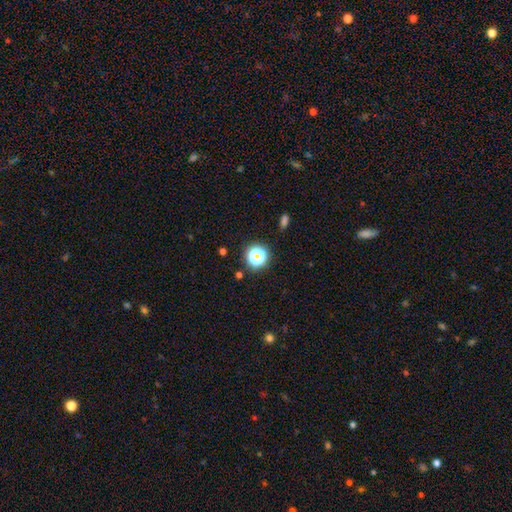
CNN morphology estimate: Smooth or featured? star or artifact (51%)